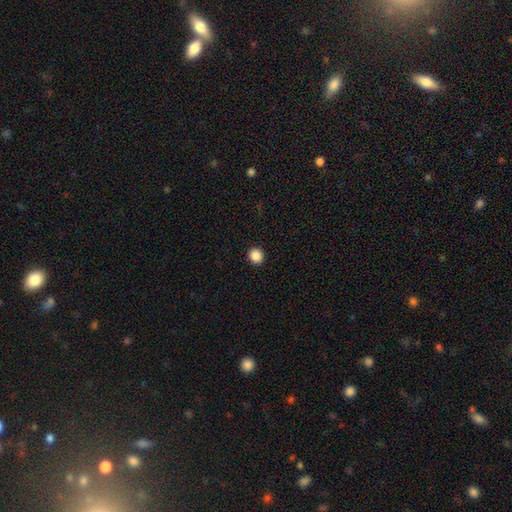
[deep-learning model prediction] This appears to be a smooth galaxy with no disk features (88%) that is round (89%). Merging: none (93%).